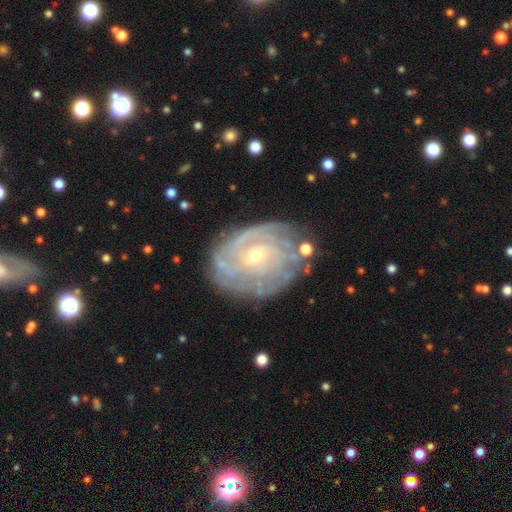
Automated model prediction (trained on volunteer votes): The model was most divided on "bar": no: 50%, weak: 41%, strong: 9%. Remaining: edge-on disk — no (97%); spiral arms — yes (94%); smooth or featured — featured or disk (85%); spiral winding — tight (73%); merging — none (73%); bulge size — small (60%); spiral arm count — can't tell (39%).